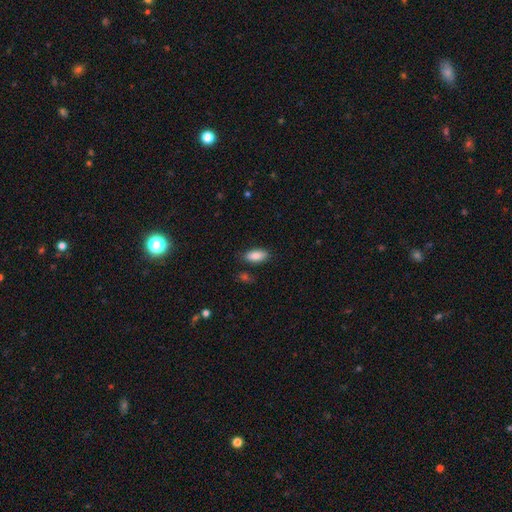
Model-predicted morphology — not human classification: Smooth or featured: smooth — 87% (star or artifact — 7%)
How rounded: in between — 87% (cigar-shaped — 11%)
Merging: none — 82% (minor disturbance — 13%)